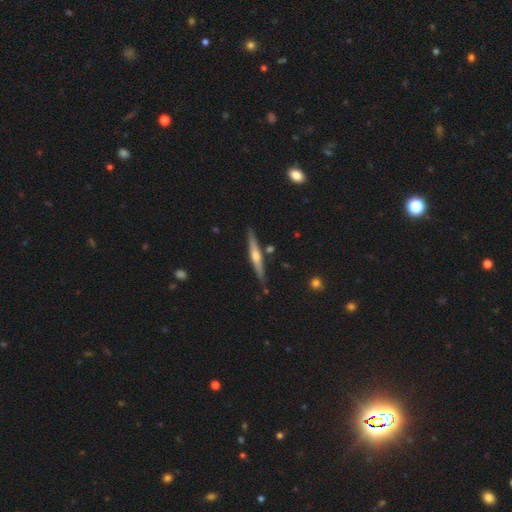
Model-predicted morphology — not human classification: A featured or disk galaxy (67%) viewed edge-on (97%) with a rounded central bulge (82%). Merging: none (85%).